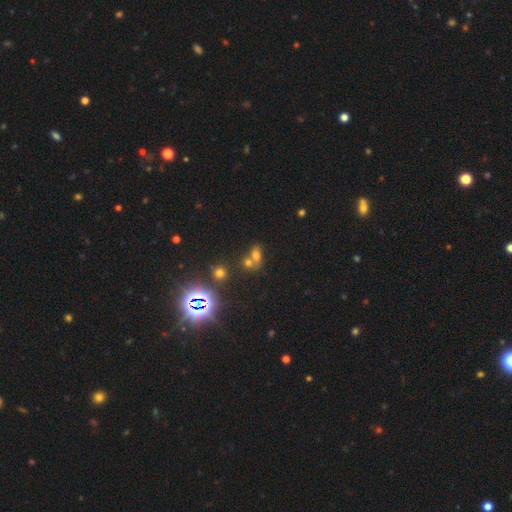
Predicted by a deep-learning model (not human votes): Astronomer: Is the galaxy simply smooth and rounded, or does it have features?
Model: smooth — 57%.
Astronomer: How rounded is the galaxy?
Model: in between — 68%.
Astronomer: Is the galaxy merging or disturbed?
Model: merger — 53% (runner-up: none, 34%).